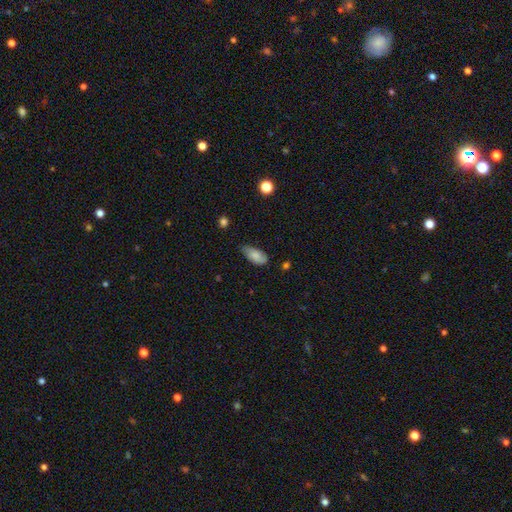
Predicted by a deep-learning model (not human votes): This is likely a smooth galaxy (79%). How rounded: clearly in between (91%). Merging: possibly none (54%).